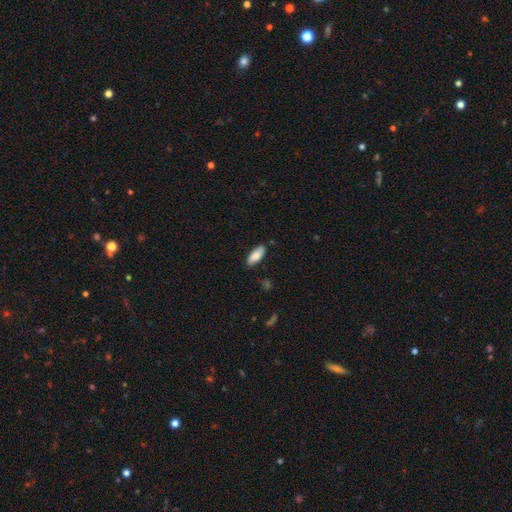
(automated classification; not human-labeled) smooth_or_featured: smooth (p=0.85) [alt: featured or disk p=0.09]
how_rounded: in between (p=0.83) [alt: cigar-shaped p=0.15]
merging: none (p=0.83) [alt: minor disturbance p=0.14]